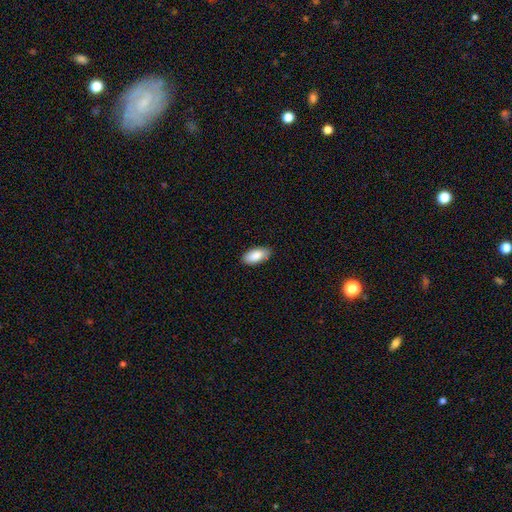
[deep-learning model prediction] A smooth galaxy with no disk features (89%) that is in between round and cigar-shaped (93%). Merging: none (87%).